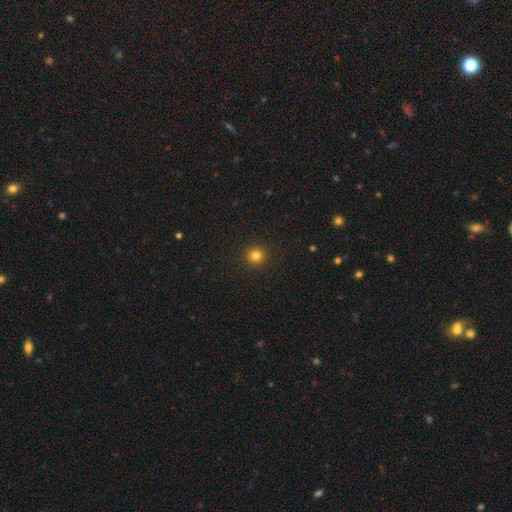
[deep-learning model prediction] Smooth or featured? smooth (81%)
How rounded? round (95%)
Merging? none (93%)